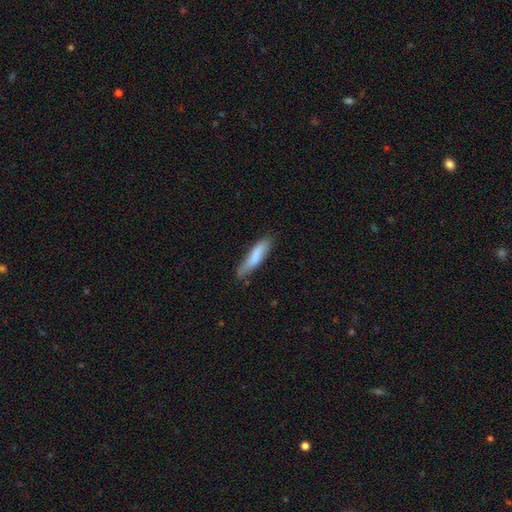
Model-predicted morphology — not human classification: Smooth or featured: smooth — 77% (featured or disk — 17%)
How rounded: cigar-shaped — 74% (in between — 24%)
Merging: none — 68% (minor disturbance — 25%)